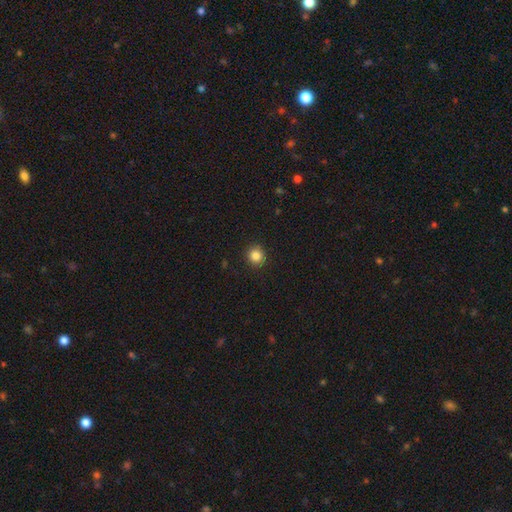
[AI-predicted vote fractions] Morphology: type=smooth (85%); roundness=round (91%); merging=none (92%).